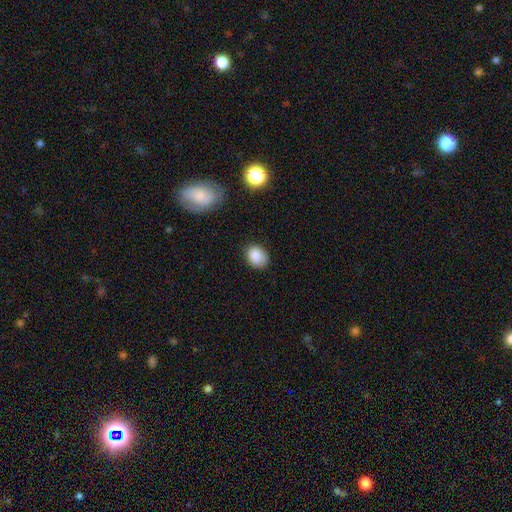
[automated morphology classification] This is clearly a smooth galaxy (87%). How rounded: likely in between (63%). Merging: likely none (78%).